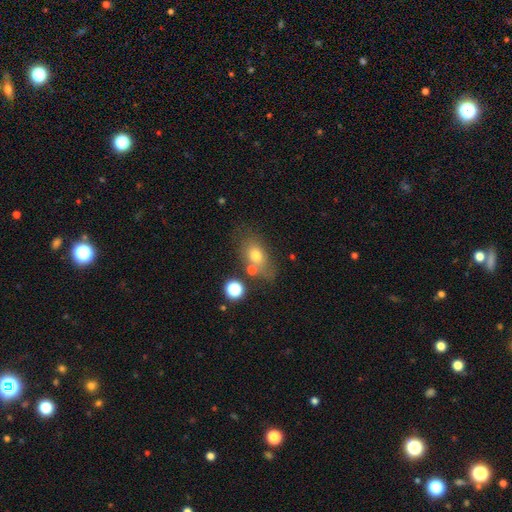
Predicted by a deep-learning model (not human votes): smooth 71%, featured or disk 17%, star or artifact 12%. Down the decision tree: how rounded — in between (76%); merging — none (56%).